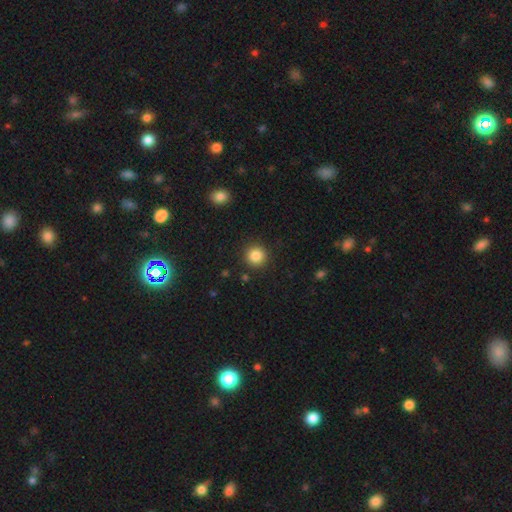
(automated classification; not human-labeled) Smooth or featured? smooth (85%)
How rounded? round (94%)
Merging? none (91%)